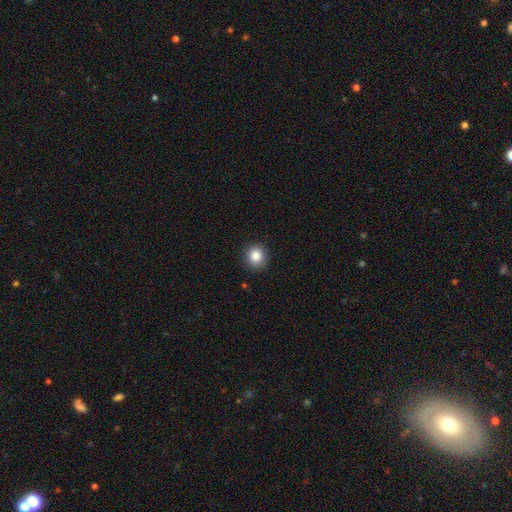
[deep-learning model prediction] The model was most divided on "smooth or featured": smooth: 85%, star or artifact: 10%, featured or disk: 5%. More confident: merging — none (90%); how rounded — round (88%).